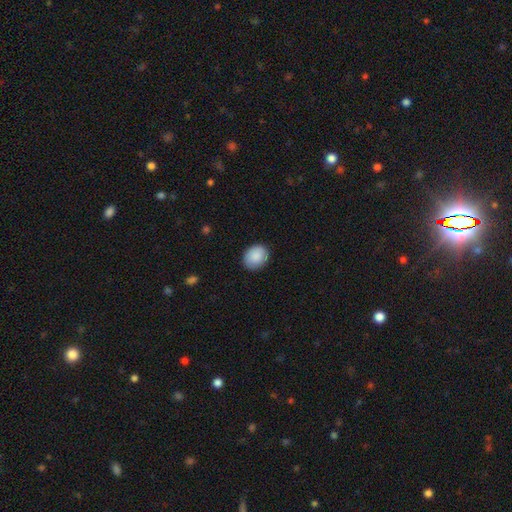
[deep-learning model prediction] Morphology: type=smooth (89%); roundness=in between (50%); merging=none (85%).